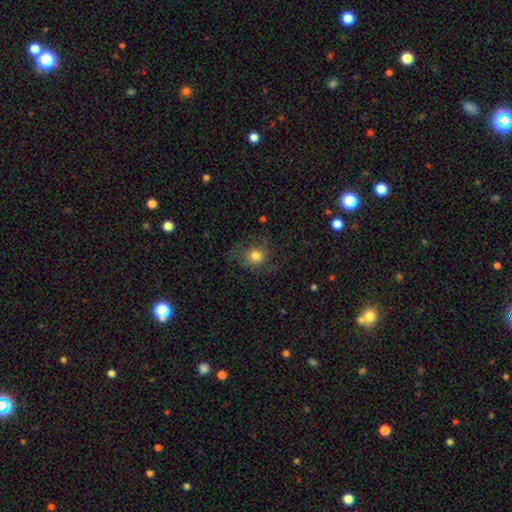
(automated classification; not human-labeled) A smooth galaxy with no disk features (55%) that is round (80%).

Vote fractions:
- Smooth or featured? smooth: 55% / featured or disk: 33% / star or artifact: 11%
- How rounded? round: 80% / in between: 19% / cigar-shaped: 1%
- Merging? none: 65% / minor disturbance: 18% / major disturbance: 16% / merger: 1%